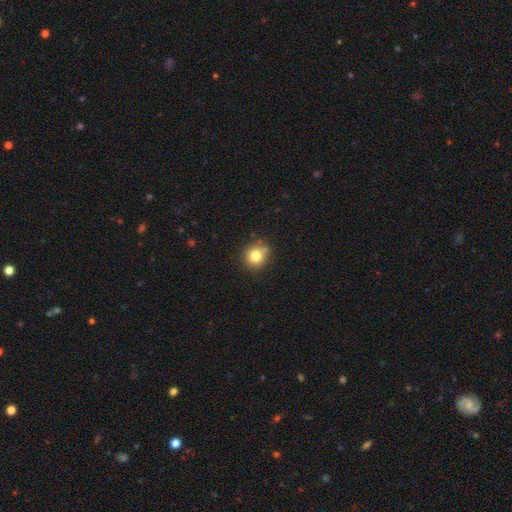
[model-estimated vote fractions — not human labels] smooth_or_featured: smooth (p=0.80) [alt: star or artifact p=0.12]
how_rounded: round (p=0.90) [alt: in between p=0.09]
merging: none (p=0.75) [alt: minor disturbance p=0.15]